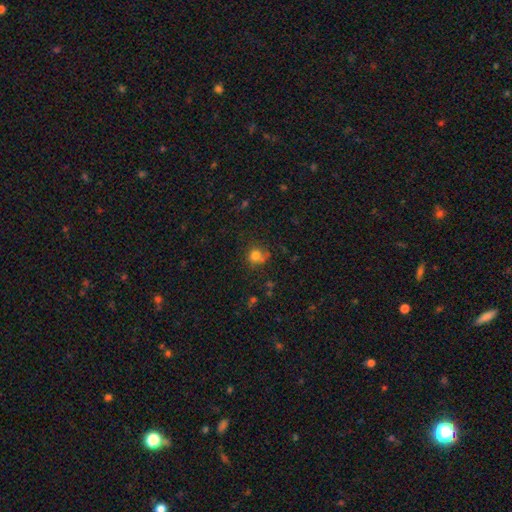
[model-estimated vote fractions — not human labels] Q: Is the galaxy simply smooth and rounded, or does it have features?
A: smooth — 78%.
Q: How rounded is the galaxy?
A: round — 81%.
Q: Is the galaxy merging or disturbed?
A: none — 57%.